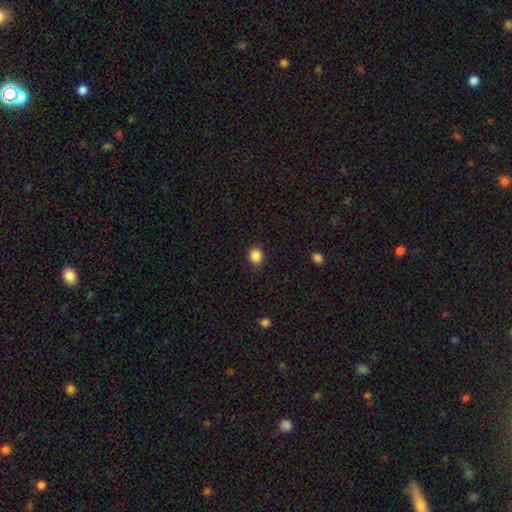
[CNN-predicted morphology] A smooth galaxy with no disk features (87%) that is round (77%). Merging: none (88%).